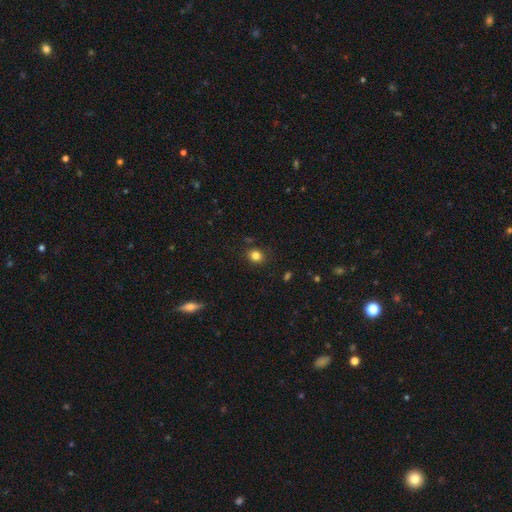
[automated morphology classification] Smooth or featured? Predicted: smooth (p=0.83). How rounded? Predicted: round (p=0.74). Merging? Predicted: none (p=0.85).